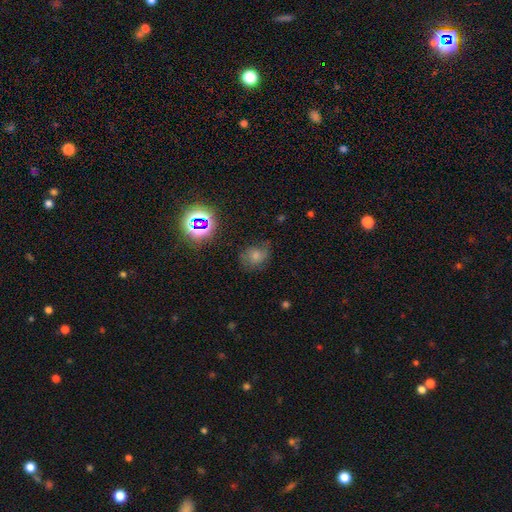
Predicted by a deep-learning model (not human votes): smooth_or_featured: smooth (p=0.61) [alt: star or artifact p=0.21]
how_rounded: round (p=0.55) [alt: in between p=0.43]
merging: none (p=0.56) [alt: minor disturbance p=0.28]